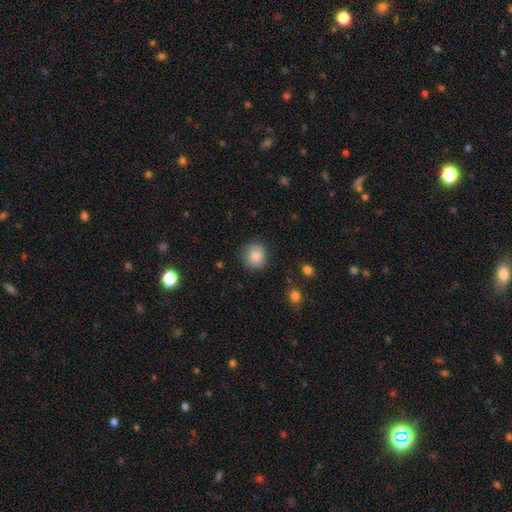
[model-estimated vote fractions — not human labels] The model was most divided on "merging": none: 80%, minor disturbance: 15%, major disturbance: 4%, merger: 1%. More confident: how rounded — round (87%); smooth or featured — smooth (84%).